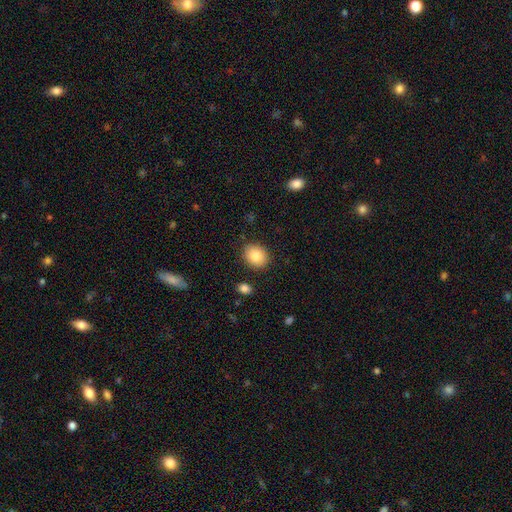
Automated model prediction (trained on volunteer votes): Smooth or featured? smooth (84%)
How rounded? round (57%)
Merging? none (87%)